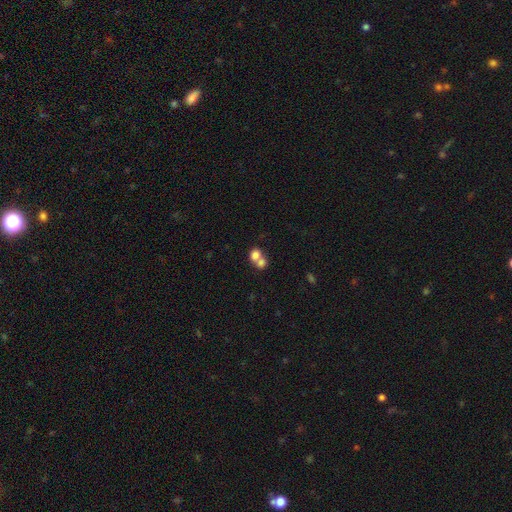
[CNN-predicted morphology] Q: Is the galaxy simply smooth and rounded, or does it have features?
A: smooth — 76%.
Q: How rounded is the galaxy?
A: round — 59%.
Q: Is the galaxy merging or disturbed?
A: merger — 66%.